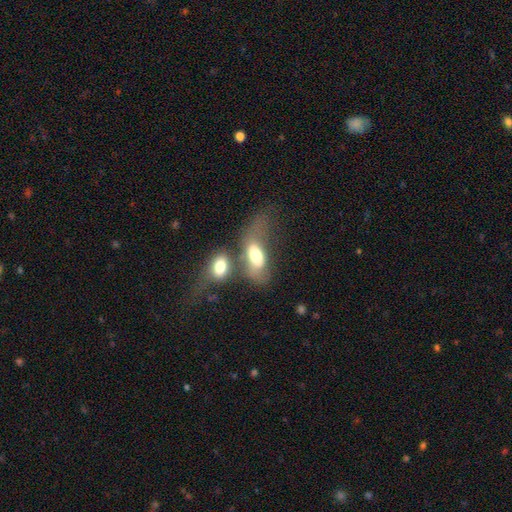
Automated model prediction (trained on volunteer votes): A smooth galaxy with no disk features (65%) that is in between round and cigar-shaped (86%). Merging: merger (48%).